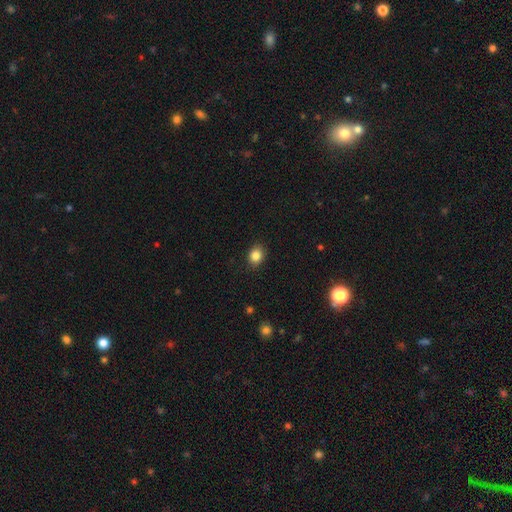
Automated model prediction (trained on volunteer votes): Smooth or featured? Predicted: smooth (p=0.85). How rounded? Predicted: round (p=0.54). Merging? Predicted: none (p=0.88).